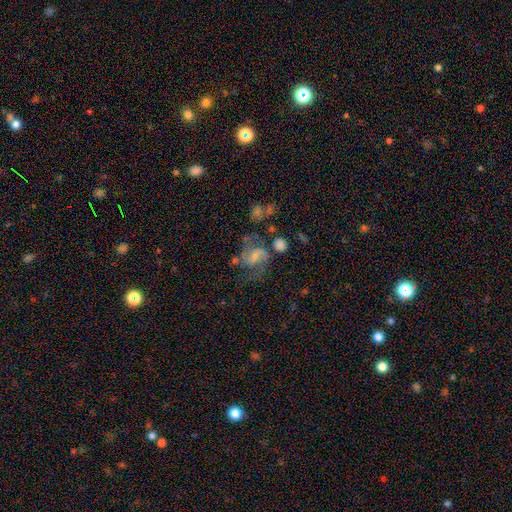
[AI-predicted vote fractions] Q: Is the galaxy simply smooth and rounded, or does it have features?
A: featured or disk — 67%.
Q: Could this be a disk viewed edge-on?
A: no — 97%.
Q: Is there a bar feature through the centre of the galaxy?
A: weak — 49%.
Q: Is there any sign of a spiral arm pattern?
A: yes — 85%.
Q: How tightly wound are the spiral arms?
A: medium — 49%.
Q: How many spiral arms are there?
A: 2 — 75%.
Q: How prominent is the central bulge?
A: small — 41%.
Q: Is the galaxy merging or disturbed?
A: none — 43%.